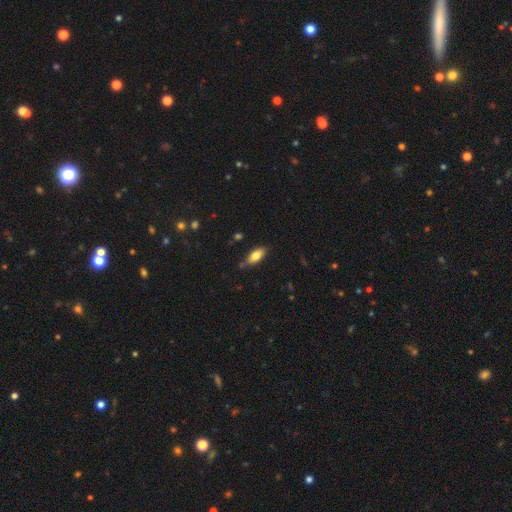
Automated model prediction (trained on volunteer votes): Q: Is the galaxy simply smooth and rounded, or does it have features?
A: smooth — 77%.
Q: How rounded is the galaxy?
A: in between — 82%.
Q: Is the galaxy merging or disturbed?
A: none — 77%.